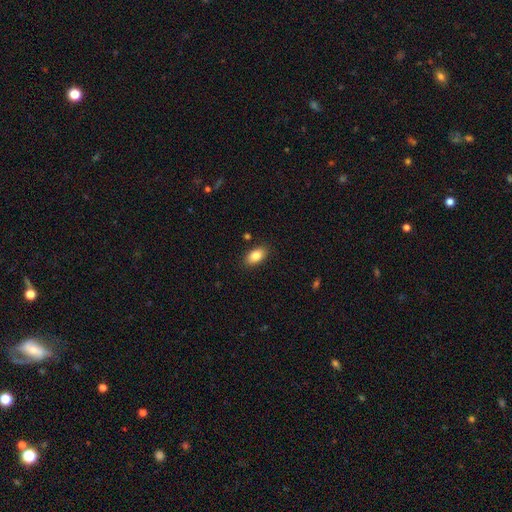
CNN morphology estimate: The model was most divided on "smooth or featured": smooth: 84%, featured or disk: 8%, star or artifact: 8%. More confident: how rounded — in between (91%); merging — none (87%).